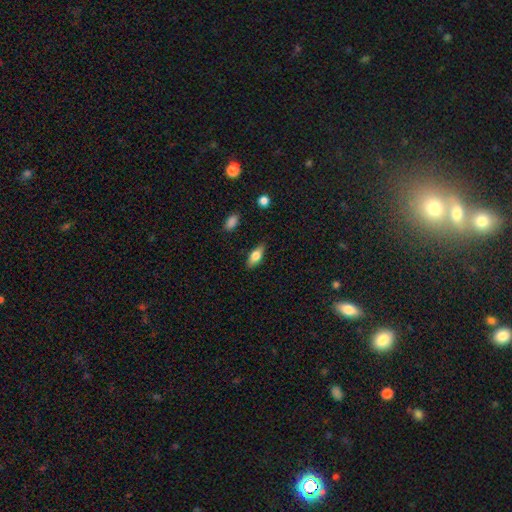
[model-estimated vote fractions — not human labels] Smooth or featured? Predicted: smooth (p=0.70). How rounded? Predicted: in between (p=0.78). Merging? Predicted: none (p=0.85).